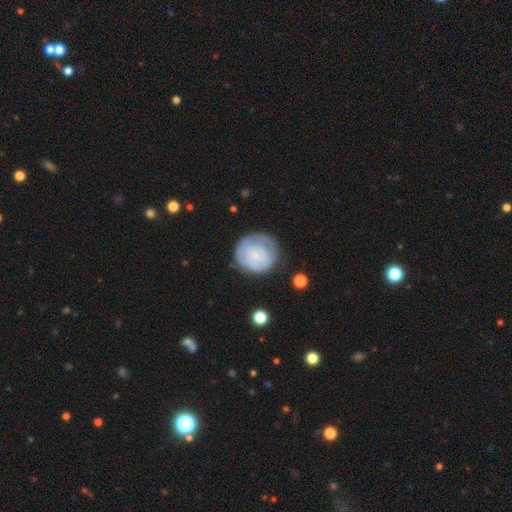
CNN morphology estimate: Overall: smooth (52%; featured or disk 42%). How rounded: round (87%). Merging: none (63%; minor disturbance 24%).